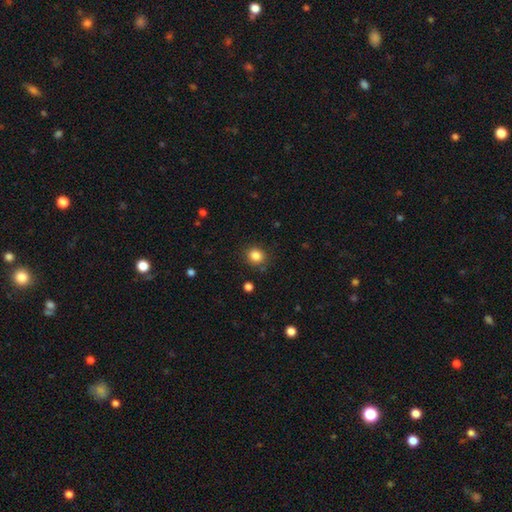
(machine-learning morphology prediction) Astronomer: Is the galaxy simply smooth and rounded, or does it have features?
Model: smooth — 85%.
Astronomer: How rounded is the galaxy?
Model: round — 77%.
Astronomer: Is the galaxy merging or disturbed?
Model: none — 86%.